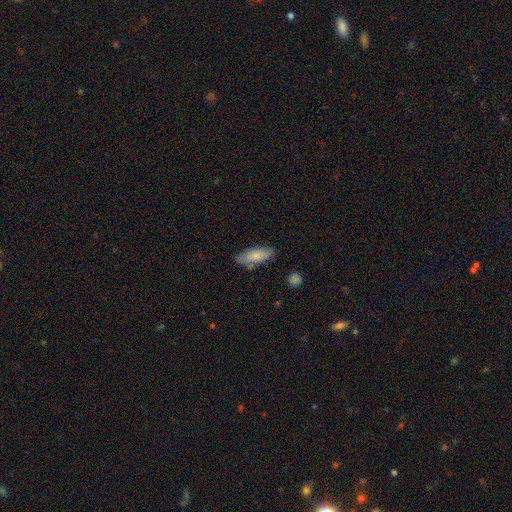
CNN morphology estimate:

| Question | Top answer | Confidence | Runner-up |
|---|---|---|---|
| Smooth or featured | smooth | 80% | featured or disk (14%) |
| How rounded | in between | 75% | cigar-shaped (23%) |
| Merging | none | 76% | minor disturbance (18%) |